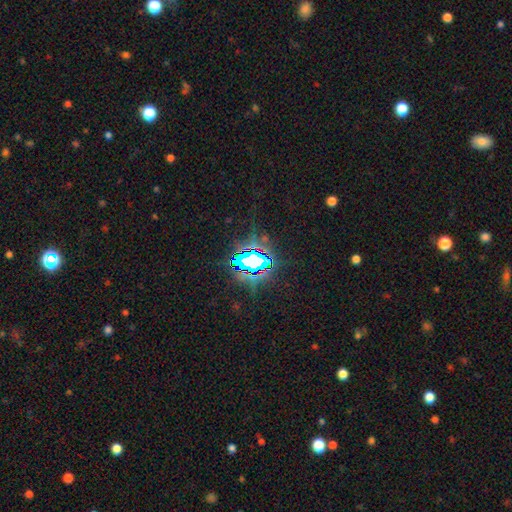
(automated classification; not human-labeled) The model was most divided on "smooth or featured": star or artifact: 82%, smooth: 11%, featured or disk: 7%.